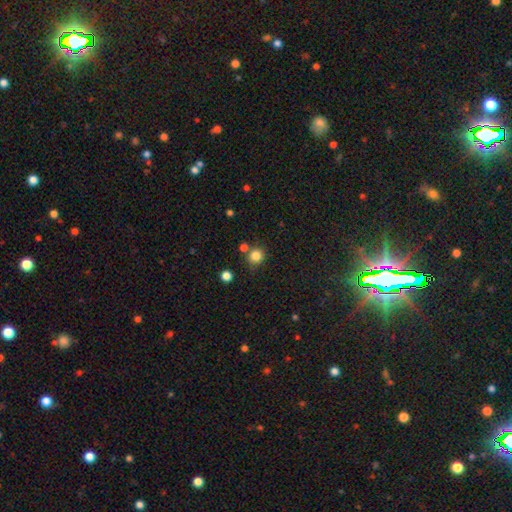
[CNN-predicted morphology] smooth-or-featured: smooth: 83% | star or artifact: 12% | featured or disk: 5%
  how-rounded: round: 89% | in between: 10% | cigar-shaped: 1%
  merging: none: 74% | merger: 12% | minor disturbance: 11% | major disturbance: 3%